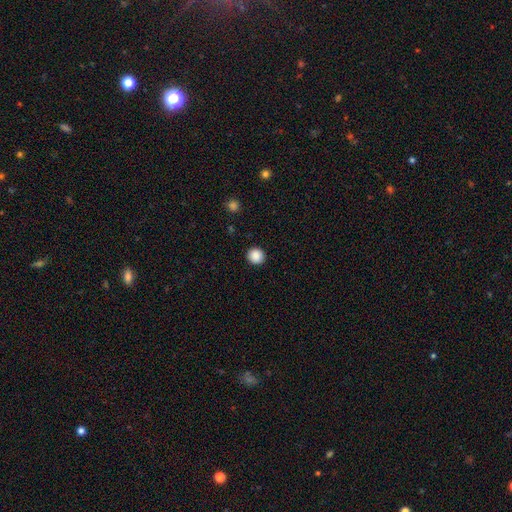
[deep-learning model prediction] Smooth or featured? Predicted: smooth (p=0.88). How rounded? Predicted: round (p=0.91). Merging? Predicted: none (p=0.92).